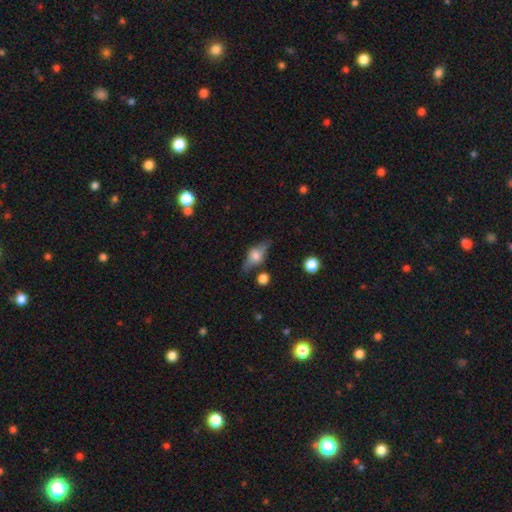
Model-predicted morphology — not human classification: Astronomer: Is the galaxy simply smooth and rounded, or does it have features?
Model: featured or disk — 59%.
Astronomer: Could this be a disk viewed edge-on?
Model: yes — 89%.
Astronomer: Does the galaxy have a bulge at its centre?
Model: rounded — 91%.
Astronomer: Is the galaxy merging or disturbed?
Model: none — 74%.